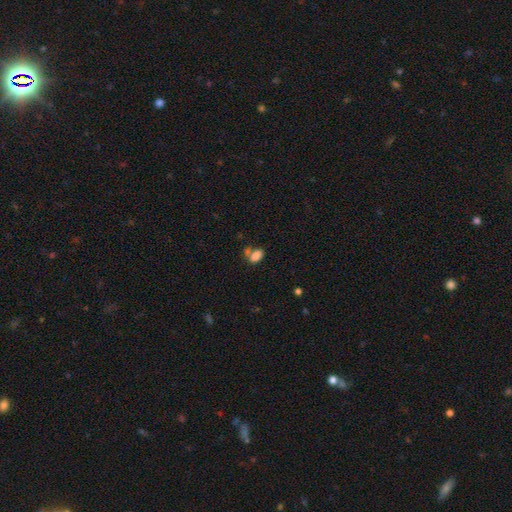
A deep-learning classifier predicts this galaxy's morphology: A smooth galaxy with no disk features (82%) that is in between round and cigar-shaped (89%).

Vote fractions:
- Smooth or featured? smooth: 82% / star or artifact: 10% / featured or disk: 8%
- How rounded? in between: 89% / round: 7% / cigar-shaped: 4%
- Merging? none: 46% / merger: 32% / minor disturbance: 15% / major disturbance: 7%